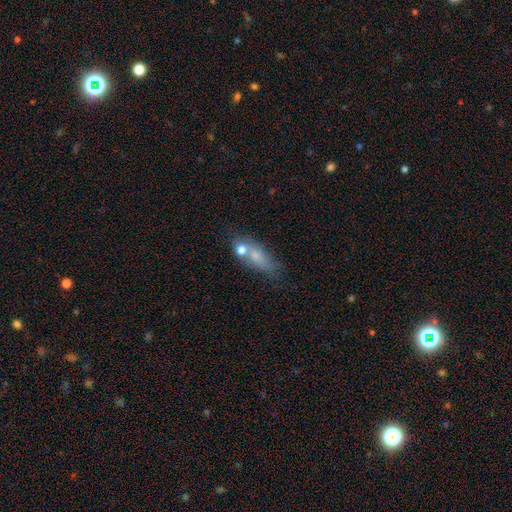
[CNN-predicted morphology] type=smooth (62%); roundness=in between (65%); merging=none (46%).